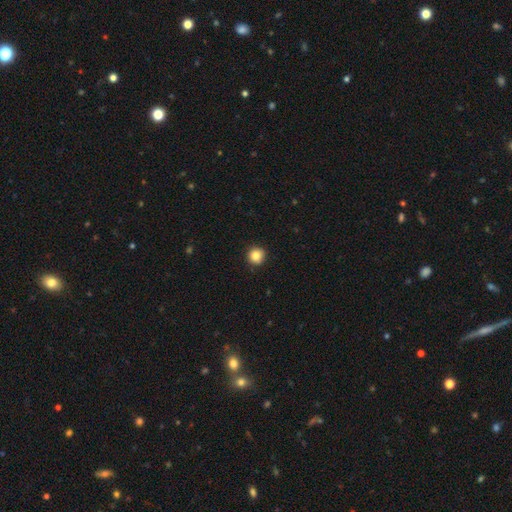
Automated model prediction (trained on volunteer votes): smooth 86%, star or artifact 10%, featured or disk 5%. Down the decision tree: how rounded — round (93%); merging — none (90%).